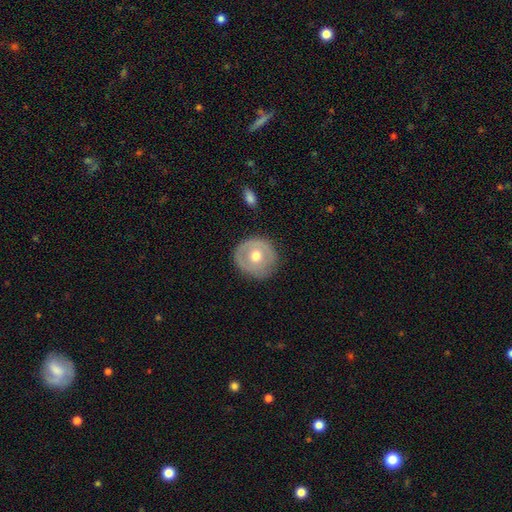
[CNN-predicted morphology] Q: Smooth or featured?
A: smooth (47%); tied with: featured or disk (47%)
Q: Merging?
A: none (82%); runner-up: minor disturbance (13%)